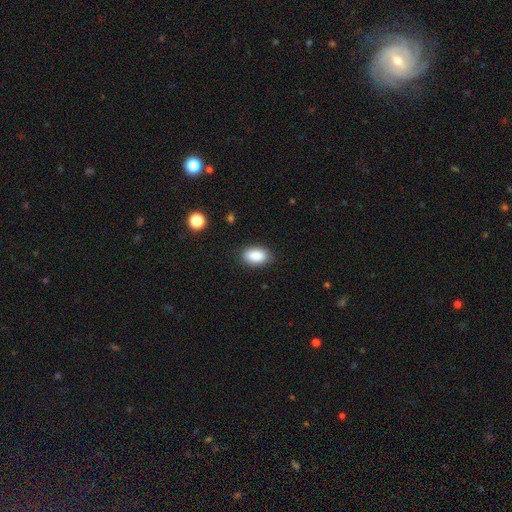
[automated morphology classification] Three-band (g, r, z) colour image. It shows a smooth galaxy with no disk features (89%) that is in between round and cigar-shaped (92%). Merging: none (86%).